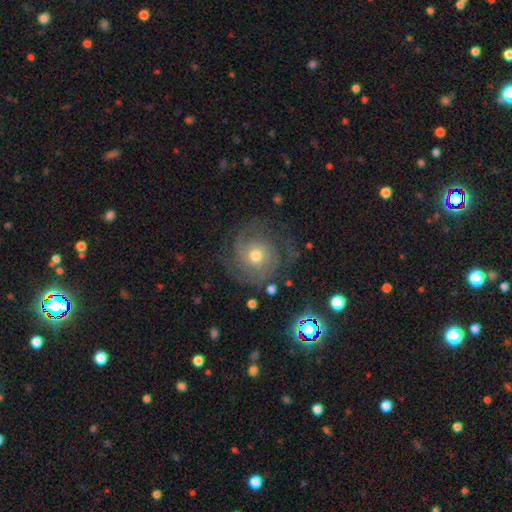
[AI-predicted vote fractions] smooth_or_featured: featured or disk (p=0.79) [alt: smooth p=0.13]
disk_edge_on: no (p=0.98) [alt: yes p=0.02]
bar: no (p=0.81) [alt: weak p=0.16]
has_spiral_arms: yes (p=0.94) [alt: no p=0.06]
spiral_winding: tight (p=0.62) [alt: medium p=0.30]
spiral_arm_count: can't tell (p=0.27) [alt: 2 p=0.26]
bulge_size: moderate (p=0.70) [alt: small p=0.22]
merging: none (p=0.71) [alt: minor disturbance p=0.15]